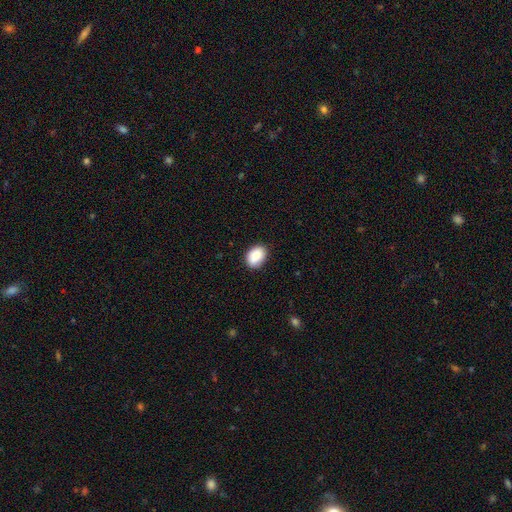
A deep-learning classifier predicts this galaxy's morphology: Overall: smooth (87%). How rounded: in between (75%). Merging: none (81%).